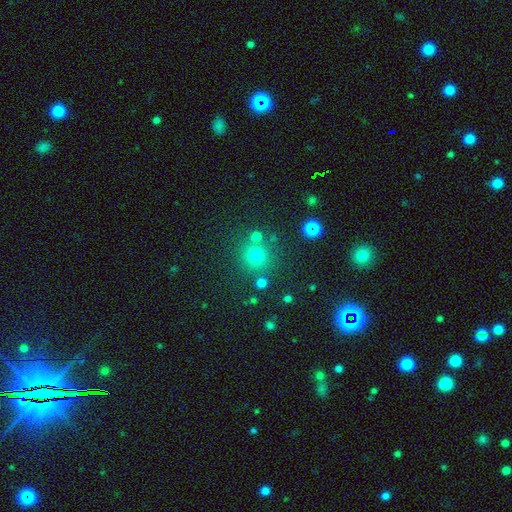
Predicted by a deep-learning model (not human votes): Q: Smooth or featured?
A: smooth (72%); runner-up: star or artifact (20%)
Q: How rounded?
A: round (93%); runner-up: in between (6%)
Q: Merging?
A: none (79%); runner-up: merger (9%)